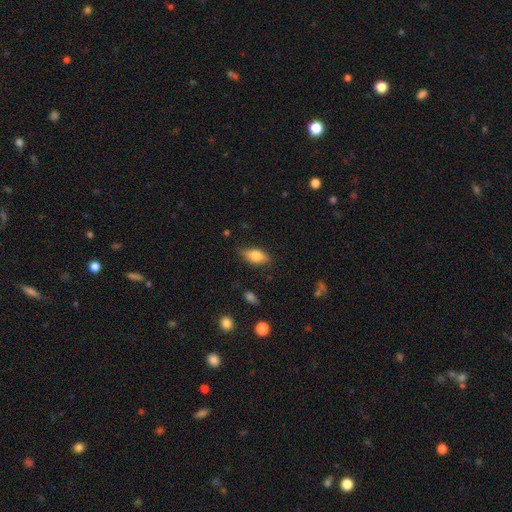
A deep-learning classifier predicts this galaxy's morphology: Smooth or featured: smooth — 71% (featured or disk — 22%)
How rounded: in between — 83% (cigar-shaped — 13%)
Merging: none — 79% (minor disturbance — 16%)